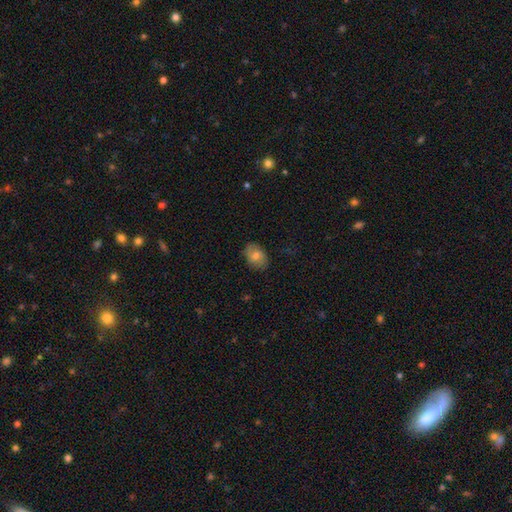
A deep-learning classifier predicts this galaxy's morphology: This appears to be a smooth galaxy with no disk features (67%) that is in between round and cigar-shaped (79%). Merging: none (82%).